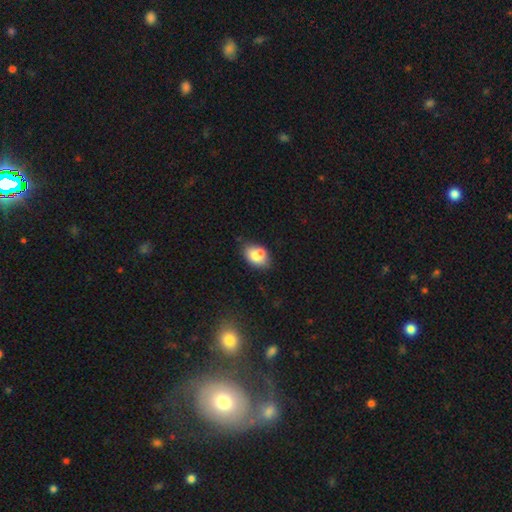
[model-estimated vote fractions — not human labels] smooth 73%, featured or disk 18%, star or artifact 9%. Down the decision tree: how rounded — in between (81%); merging — none (51%).